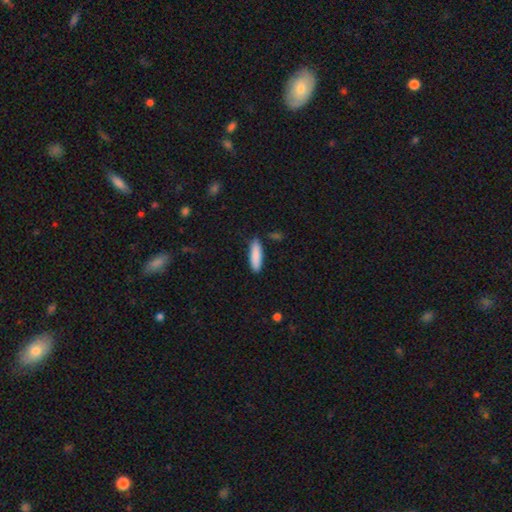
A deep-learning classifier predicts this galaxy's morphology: Smooth or featured?
  - smooth: 87% *
  - featured or disk: 7%
  - star or artifact: 6%
How rounded?
  - cigar-shaped: 63% *
  - in between: 36%
  - round: 1%
Merging?
  - none: 85% *
  - minor disturbance: 11%
  - major disturbance: 2%
  - merger: 2%